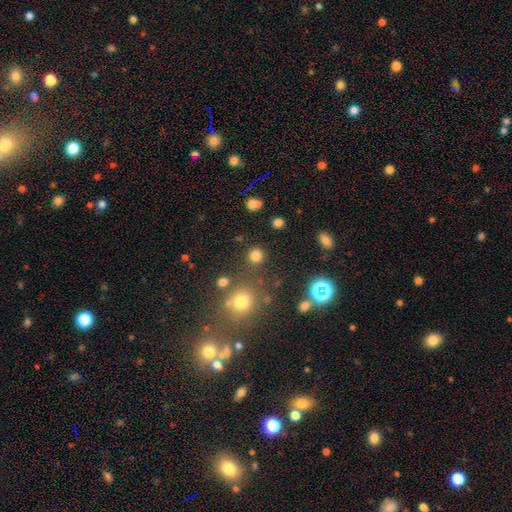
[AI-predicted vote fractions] smooth_or_featured: smooth (p=0.78) [alt: star or artifact p=0.17]
how_rounded: round (p=0.92) [alt: in between p=0.07]
merging: none (p=0.85) [alt: minor disturbance p=0.07]